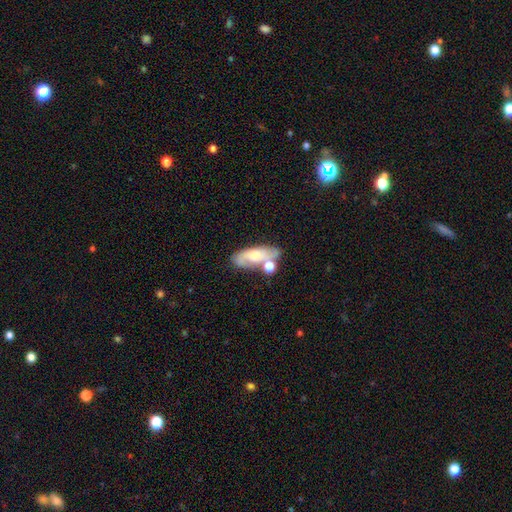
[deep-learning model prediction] Smooth or featured? smooth (49%)
Merging? none (47%)